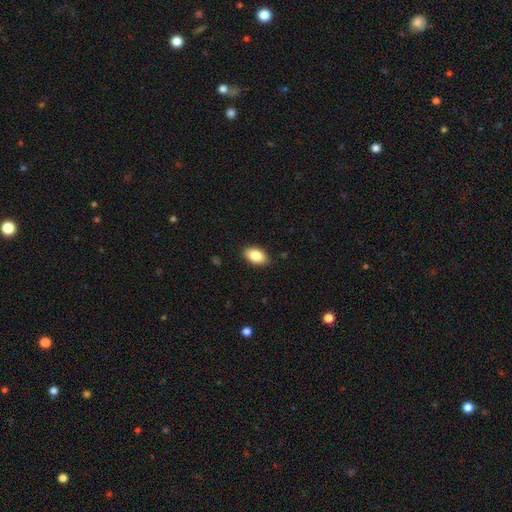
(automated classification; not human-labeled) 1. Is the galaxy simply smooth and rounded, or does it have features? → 84% smooth, 9% featured or disk, 7% star or artifact.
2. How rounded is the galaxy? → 92% in between, 5% round, 2% cigar-shaped.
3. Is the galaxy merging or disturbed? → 87% none, 10% minor disturbance, 2% major disturbance, 1% merger.